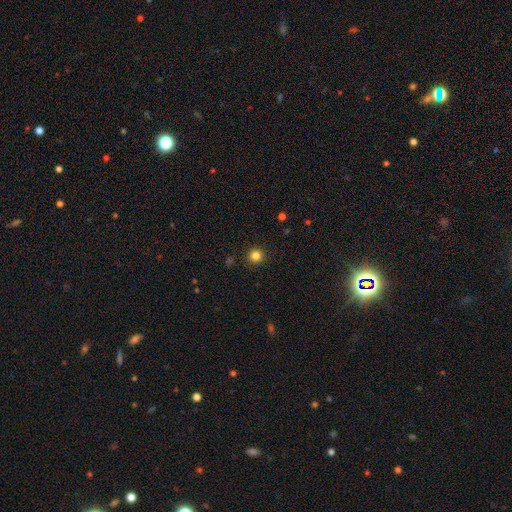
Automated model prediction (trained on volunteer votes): This appears to be a smooth galaxy with no disk features (83%) that is round (94%). Merging: none (92%).